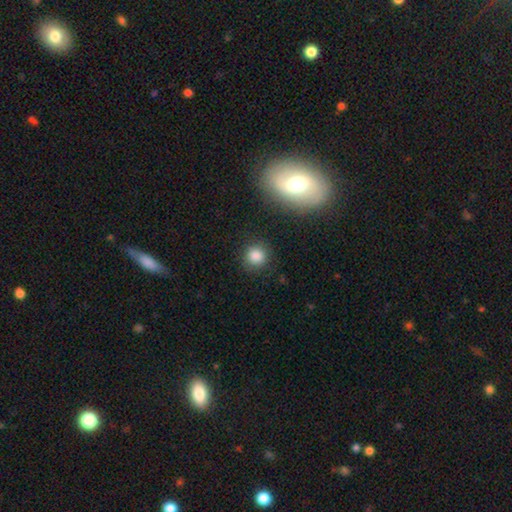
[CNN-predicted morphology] A smooth galaxy with no disk features (83%) that is round (89%). Merging: none (87%).